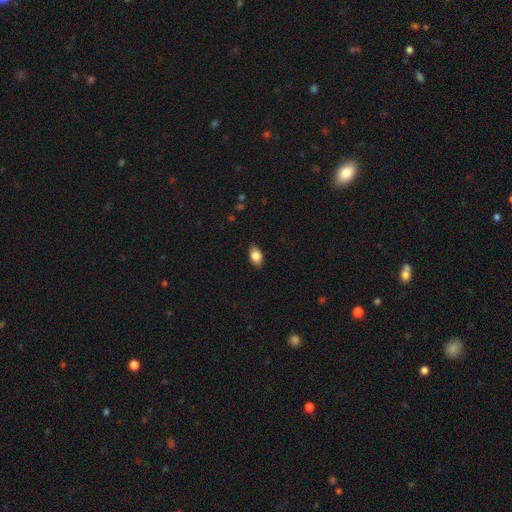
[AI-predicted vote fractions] Smooth or featured: smooth — 82% (featured or disk — 10%)
How rounded: in between — 88% (round — 9%)
Merging: none — 85% (minor disturbance — 11%)